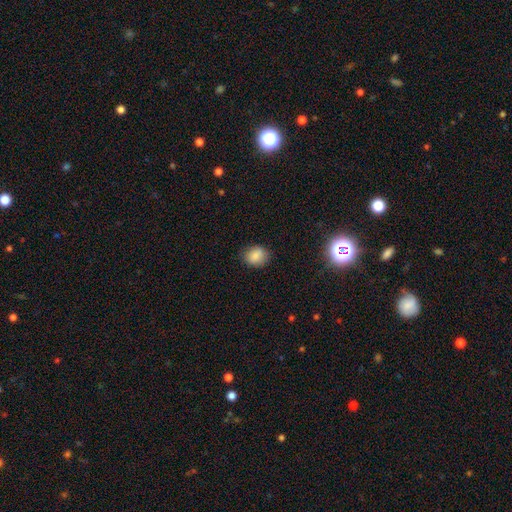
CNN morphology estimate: A smooth galaxy with no disk features (85%) that is round (55%).

Vote fractions:
- Smooth or featured? smooth: 85% / star or artifact: 10% / featured or disk: 5%
- How rounded? round: 55% / in between: 44% / cigar-shaped: 1%
- Merging? none: 84% / minor disturbance: 12% / major disturbance: 3% / merger: 1%